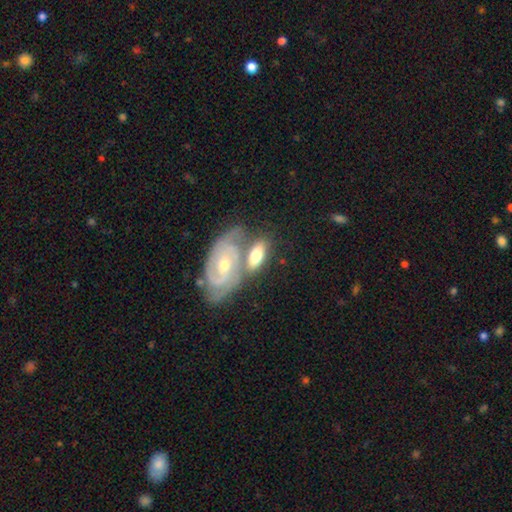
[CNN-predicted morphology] smooth_or_featured: featured or disk (p=0.51) [alt: smooth p=0.43]
disk_edge_on: no (p=0.86) [alt: yes p=0.14]
merging: merger (p=0.43) [alt: none p=0.36]